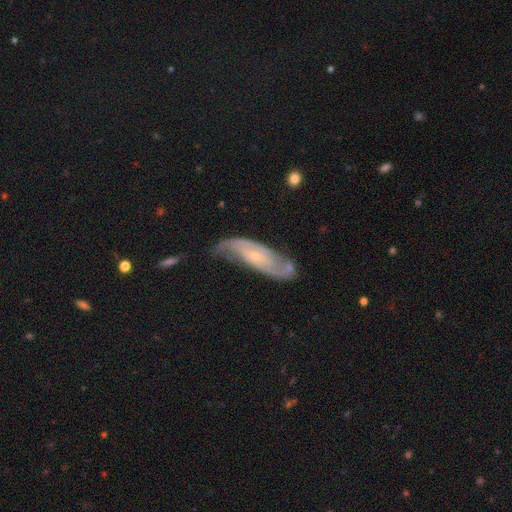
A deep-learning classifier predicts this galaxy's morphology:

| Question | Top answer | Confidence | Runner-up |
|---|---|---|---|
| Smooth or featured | featured or disk | 82% | smooth (12%) |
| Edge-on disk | no | 89% | yes (11%) |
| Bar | no | 56% | weak (33%) |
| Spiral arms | yes | 94% | no (6%) |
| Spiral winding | medium | 45% | tight (32%) |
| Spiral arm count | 2 | 80% | can't tell (11%) |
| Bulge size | small | 75% | moderate (20%) |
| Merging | none | 62% | minor disturbance (24%) |